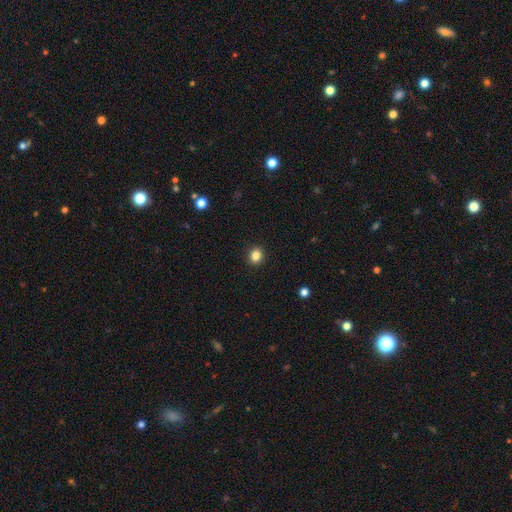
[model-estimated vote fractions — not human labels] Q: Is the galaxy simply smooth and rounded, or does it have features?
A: smooth — 85%.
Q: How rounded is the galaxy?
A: round — 63%.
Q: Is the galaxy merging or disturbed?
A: none — 91%.